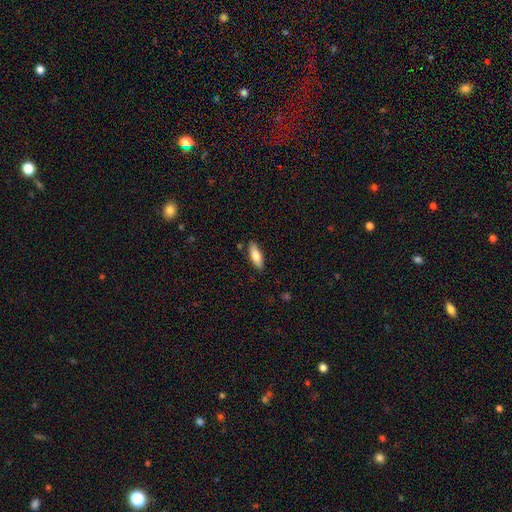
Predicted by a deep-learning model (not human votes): Smooth or featured? smooth (76%)
How rounded? in between (63%)
Merging? none (85%)